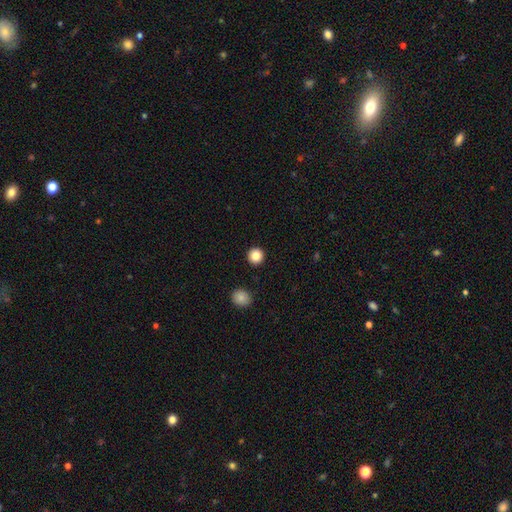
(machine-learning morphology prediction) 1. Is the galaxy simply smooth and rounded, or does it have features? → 86% smooth, 10% star or artifact, 4% featured or disk.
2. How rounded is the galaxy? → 96% round, 4% in between, 1% cigar-shaped.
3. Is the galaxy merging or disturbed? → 93% none, 4% minor disturbance, 2% major disturbance, 1% merger.